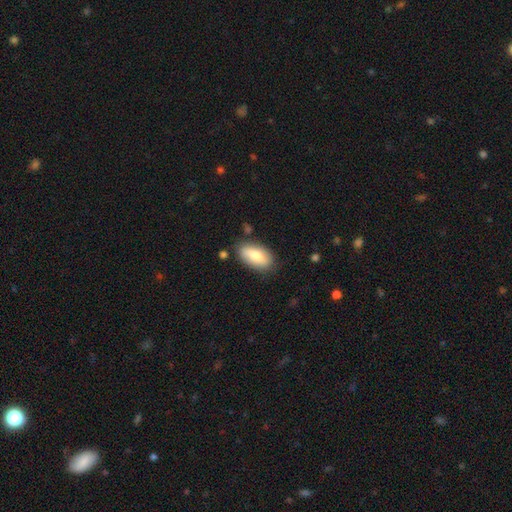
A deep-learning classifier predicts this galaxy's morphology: Smooth or featured?
  - smooth: 70% *
  - featured or disk: 24%
  - star or artifact: 6%
How rounded?
  - in between: 90% *
  - cigar-shaped: 7%
  - round: 3%
Merging?
  - none: 81% *
  - minor disturbance: 13%
  - major disturbance: 3%
  - merger: 3%